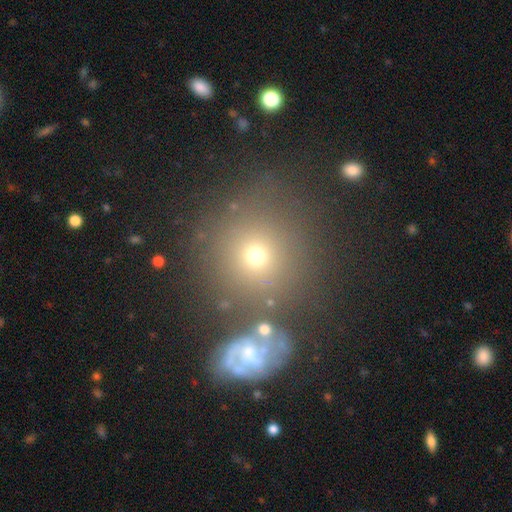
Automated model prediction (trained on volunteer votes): Smooth or featured: smooth — 65% (featured or disk — 18%)
How rounded: round — 88% (in between — 11%)
Merging: none — 67% (merger — 14%)